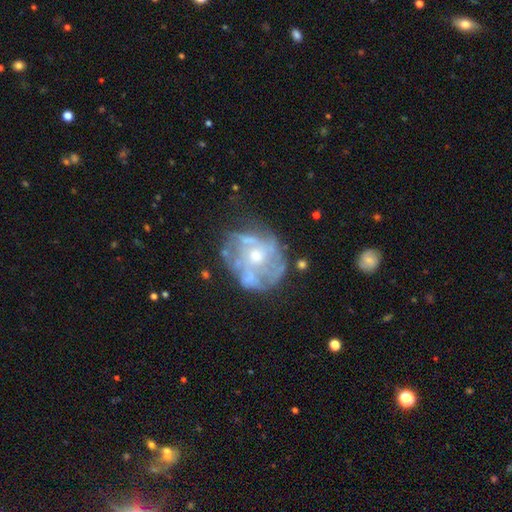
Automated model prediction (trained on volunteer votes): featured or disk 75%, smooth 16%, star or artifact 9%. Down the decision tree: edge-on disk — no (97%); bar — no (81%); spiral arms — no (53%); bulge size — moderate (54%); merging — none (55%).